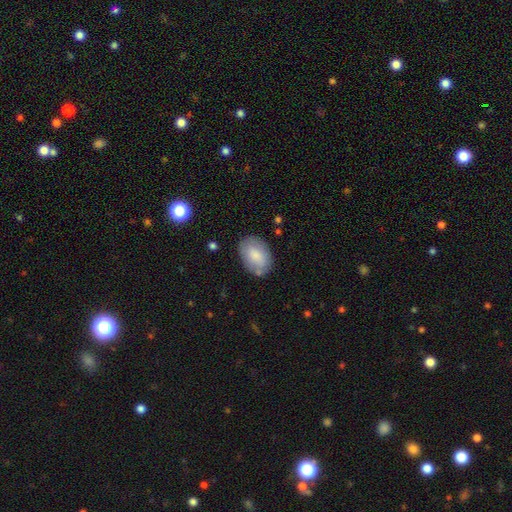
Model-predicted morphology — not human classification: This is clearly a smooth galaxy (80%). How rounded: clearly in between (88%). Merging: likely none (77%).